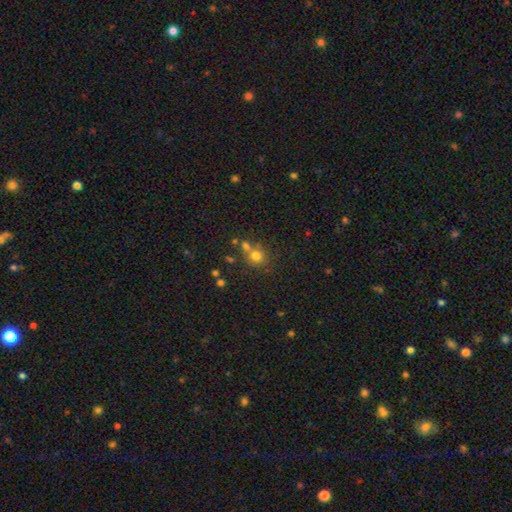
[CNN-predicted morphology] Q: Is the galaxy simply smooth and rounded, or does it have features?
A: smooth — 73%.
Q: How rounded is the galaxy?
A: round — 84%.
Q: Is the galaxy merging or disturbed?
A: none — 53%.